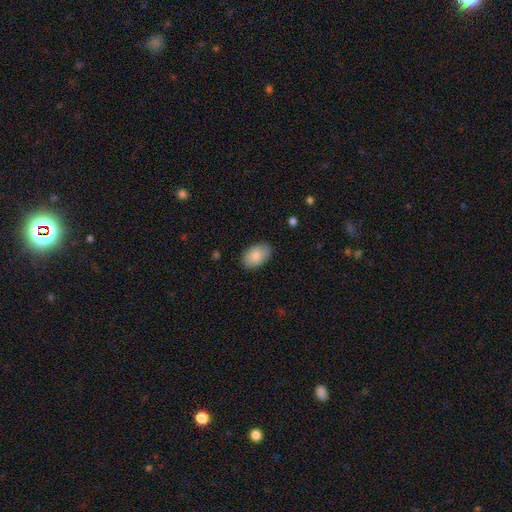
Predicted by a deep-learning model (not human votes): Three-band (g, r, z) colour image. It shows a smooth galaxy with no disk features (83%) that is in between round and cigar-shaped (91%). Merging: none (84%).